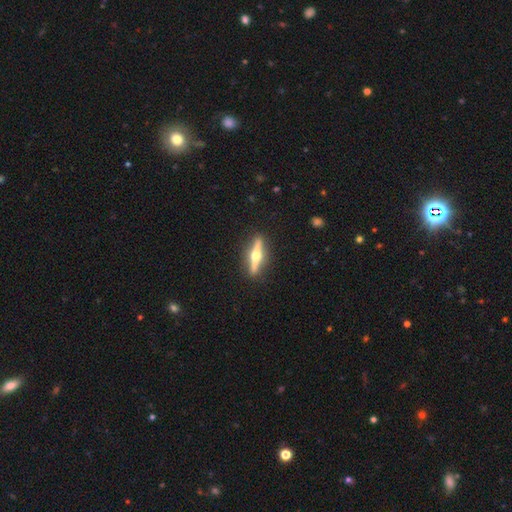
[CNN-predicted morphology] Overall: featured or disk (76%). Edge-on disk: yes (97%). Edge-on bulge: rounded (96%). Merging: none (90%).